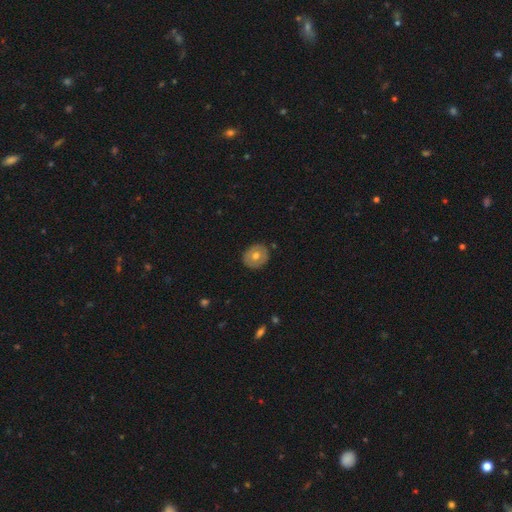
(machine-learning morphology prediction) Q: Smooth or featured?
A: smooth (59%); runner-up: featured or disk (35%)
Q: How rounded?
A: round (74%); runner-up: in between (25%)
Q: Merging?
A: none (87%); runner-up: minor disturbance (10%)